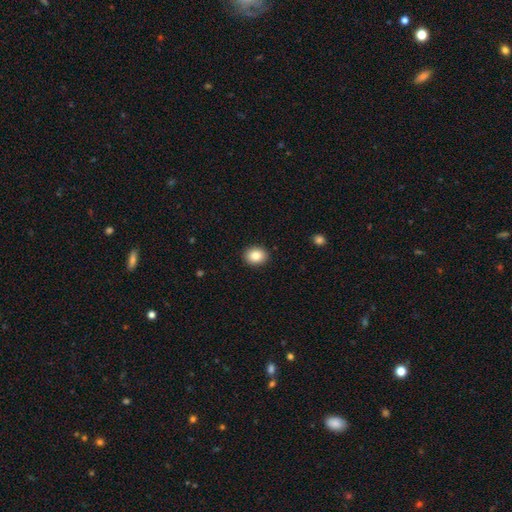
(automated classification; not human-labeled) Overall: smooth (84%). How rounded: round (56%; in between 43%). Merging: none (91%).